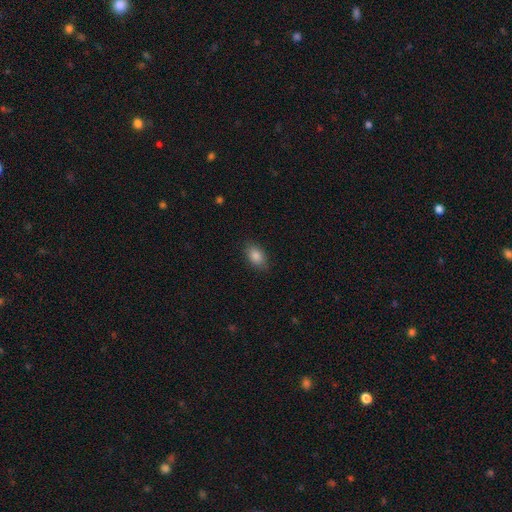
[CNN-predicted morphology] This is clearly a smooth galaxy (86%). How rounded: clearly in between (87%). Merging: clearly none (85%).